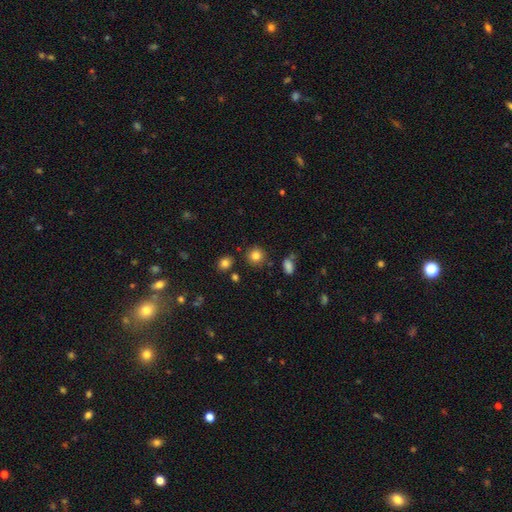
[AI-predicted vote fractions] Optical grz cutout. It shows a smooth galaxy with no disk features (83%) that is round (90%). Merging: none (86%).